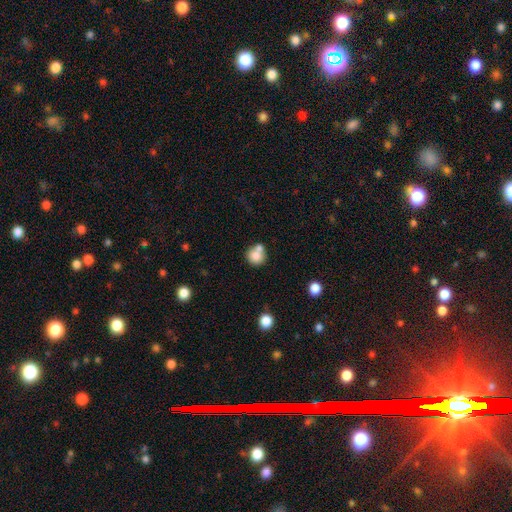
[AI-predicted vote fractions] Smooth or featured? smooth (78%)
How rounded? round (86%)
Merging? none (47%)